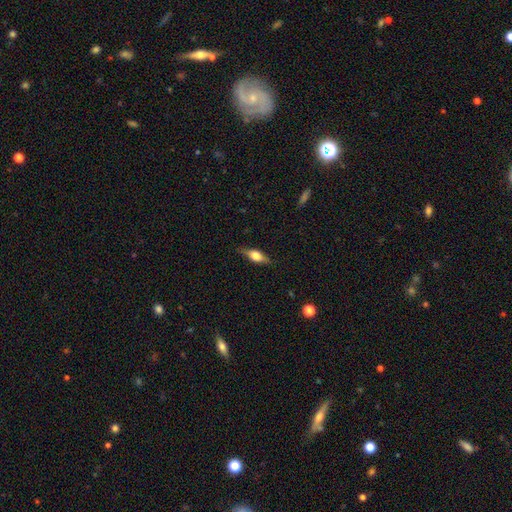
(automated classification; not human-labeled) Smooth or featured? featured or disk (51%)
Edge-on disk? yes (93%)
Merging? none (83%)